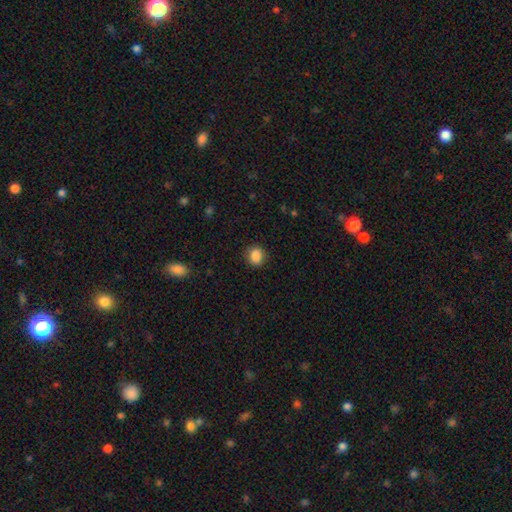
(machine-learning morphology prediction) A smooth galaxy with no disk features (87%) that is round (65%). Merging: none (85%).